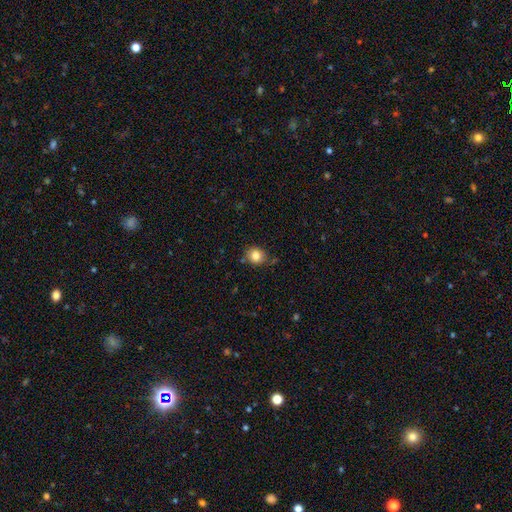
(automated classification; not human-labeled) A smooth galaxy with no disk features (82%) that is round (78%).

Vote fractions:
- Smooth or featured? smooth: 82% / star or artifact: 11% / featured or disk: 7%
- How rounded? round: 78% / in between: 21% / cigar-shaped: 1%
- Merging? none: 79% / minor disturbance: 13% / merger: 4% / major disturbance: 3%